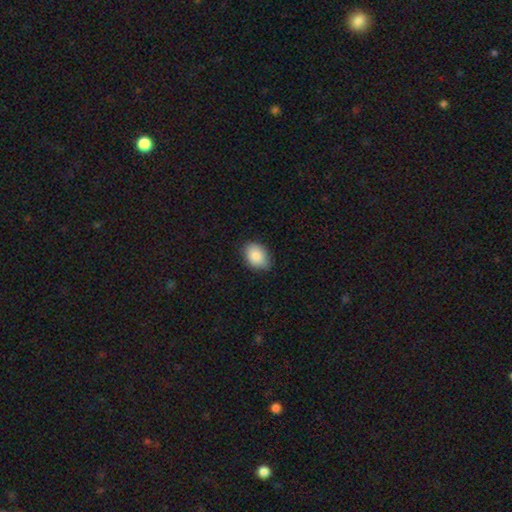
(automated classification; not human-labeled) This appears to be a smooth galaxy with no disk features (87%) that is in between round and cigar-shaped (78%). Merging: none (83%).